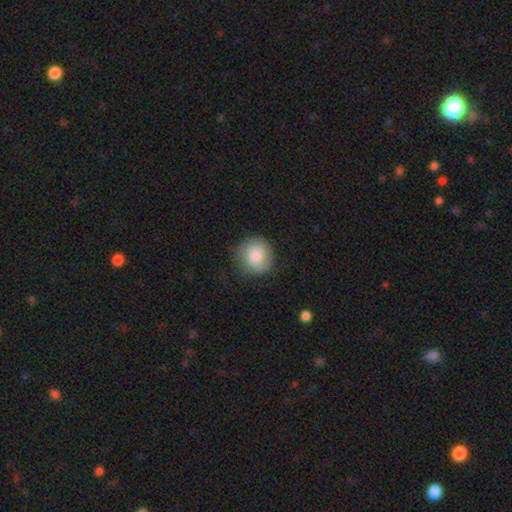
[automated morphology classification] A smooth galaxy with no disk features (81%) that is round (89%). Merging: none (77%).